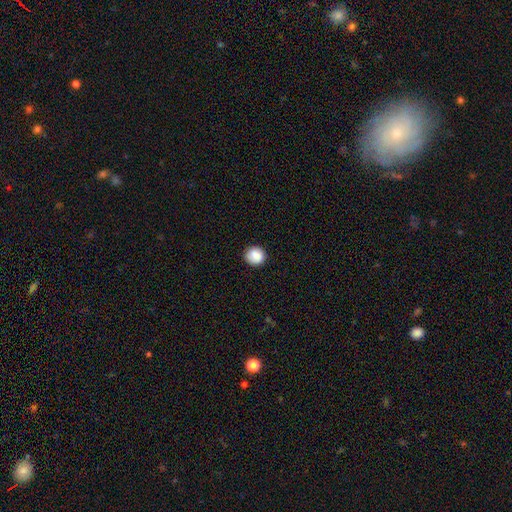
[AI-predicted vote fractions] Overall: smooth (87%). How rounded: round (90%). Merging: none (87%).